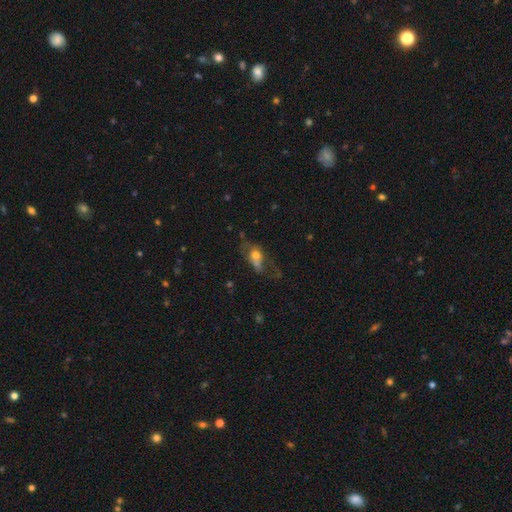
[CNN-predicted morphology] Q: Smooth or featured?
A: smooth (59%); runner-up: featured or disk (29%)
Q: How rounded?
A: in between (63%); runner-up: round (32%)
Q: Merging?
A: major disturbance (35%); runner-up: none (28%)